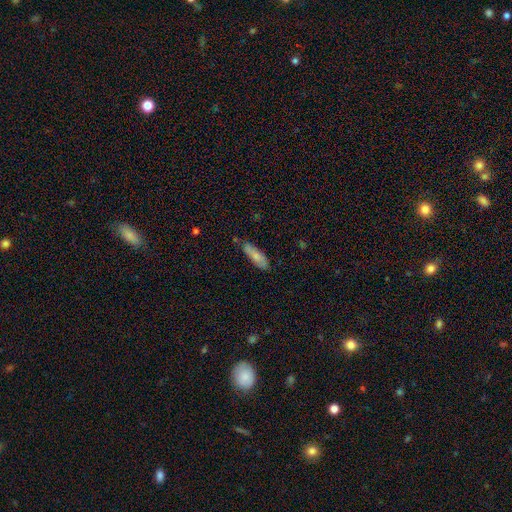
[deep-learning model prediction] A smooth galaxy with no disk features (76%) that is cigar-shaped (50%). Merging: none (73%).